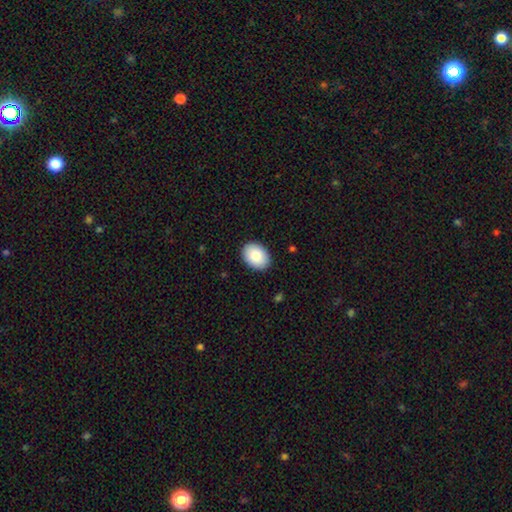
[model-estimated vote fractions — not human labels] This is clearly a smooth galaxy (88%). How rounded: clearly in between (81%). Merging: clearly none (90%).